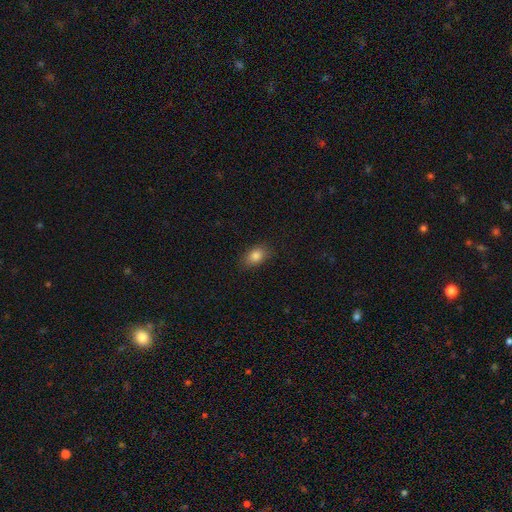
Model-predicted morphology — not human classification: smooth_or_featured: smooth (p=0.84) [alt: star or artifact p=0.09]
how_rounded: in between (p=0.83) [alt: round p=0.15]
merging: none (p=0.83) [alt: minor disturbance p=0.13]